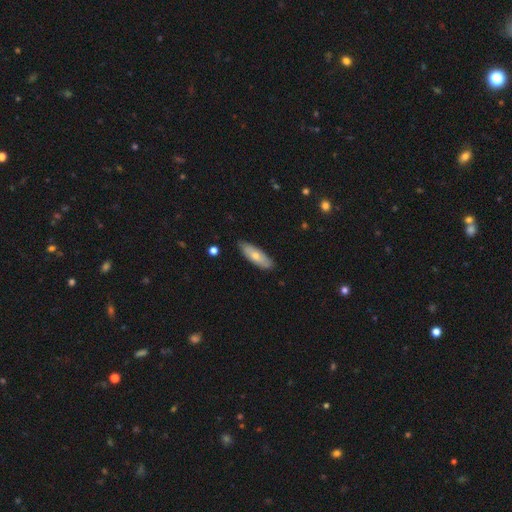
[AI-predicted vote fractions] Smooth or featured?
  - smooth: 65% *
  - featured or disk: 29%
  - star or artifact: 6%
How rounded?
  - in between: 60% *
  - cigar-shaped: 38%
  - round: 2%
Merging?
  - none: 84% *
  - minor disturbance: 13%
  - major disturbance: 2%
  - merger: 1%